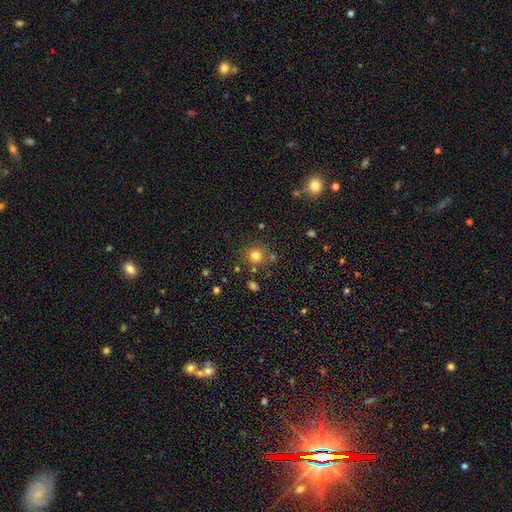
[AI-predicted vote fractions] Morphology: type=smooth (77%); roundness=round (92%); merging=none (79%).